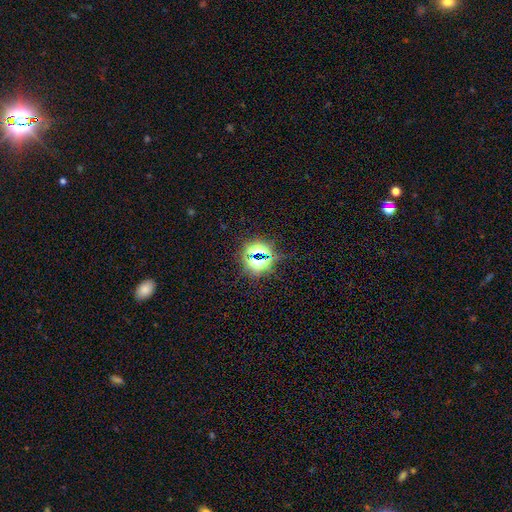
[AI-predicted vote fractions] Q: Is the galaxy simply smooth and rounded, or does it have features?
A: star or artifact — 70%.